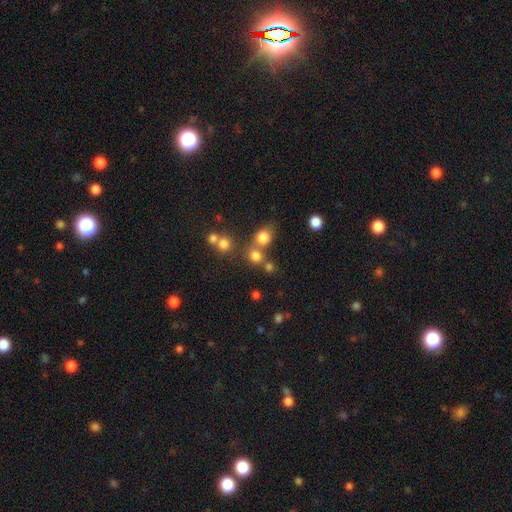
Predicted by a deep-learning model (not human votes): Smooth or featured? smooth (75%)
How rounded? round (82%)
Merging? none (58%)